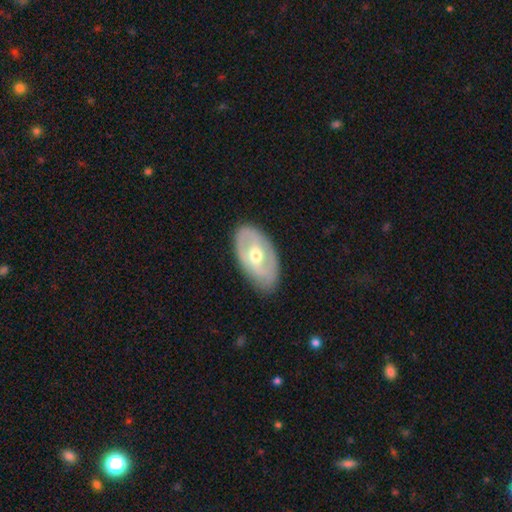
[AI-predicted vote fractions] Smooth or featured? featured or disk (67%)
Edge-on disk? no (91%)
Bar? no (41%)
Spiral arms? yes (51%)
Bulge size? moderate (71%)
Merging? none (83%)